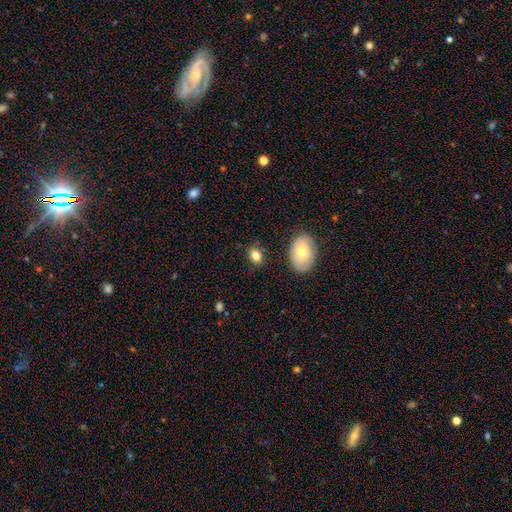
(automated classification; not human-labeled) smooth-or-featured: smooth: 81% | featured or disk: 10% | star or artifact: 9%
  how-rounded: in between: 80% | round: 19% | cigar-shaped: 2%
  merging: none: 81% | minor disturbance: 13% | major disturbance: 3% | merger: 3%